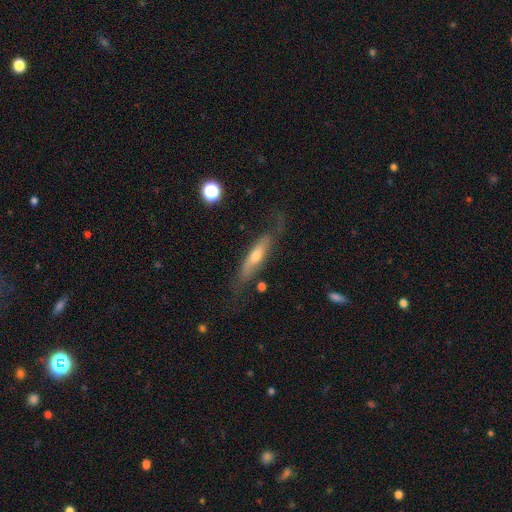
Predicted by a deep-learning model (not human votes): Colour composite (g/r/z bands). It shows a featured or disk galaxy (55%) viewed edge-on (66%). Merging: none (61%).